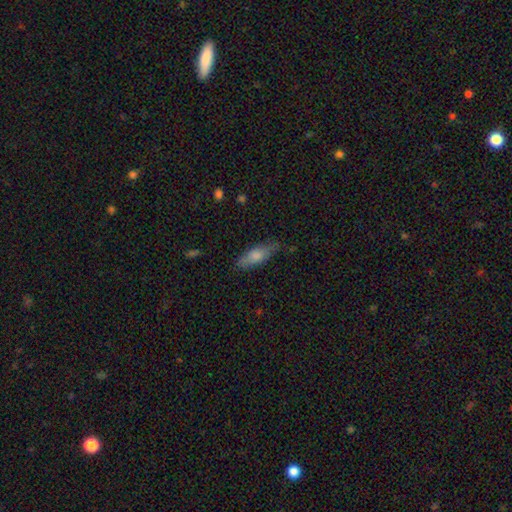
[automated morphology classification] smooth-or-featured: smooth: 73% | featured or disk: 21% | star or artifact: 6%
  how-rounded: in between: 61% | cigar-shaped: 36% | round: 2%
  merging: none: 75% | minor disturbance: 19% | major disturbance: 4% | merger: 2%